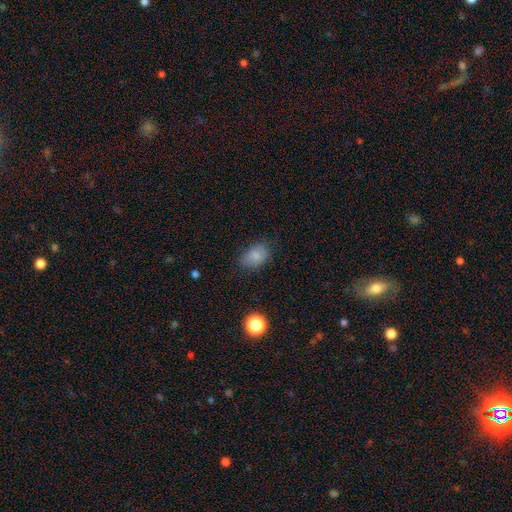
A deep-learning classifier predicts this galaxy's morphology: The model was most divided on "merging": none: 73%, minor disturbance: 21%, major disturbance: 5%, merger: 1%. More confident: smooth or featured — smooth (82%); how rounded — in between (82%).